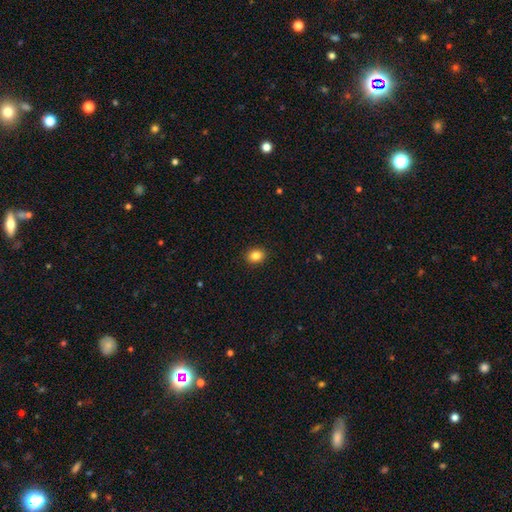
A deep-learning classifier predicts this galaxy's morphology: A smooth galaxy with no disk features (85%) that is in between round and cigar-shaped (51%).

Vote fractions:
- Smooth or featured? smooth: 85% / star or artifact: 10% / featured or disk: 6%
- How rounded? in between: 51% / round: 48% / cigar-shaped: 1%
- Merging? none: 91% / minor disturbance: 7% / major disturbance: 2% / merger: 1%